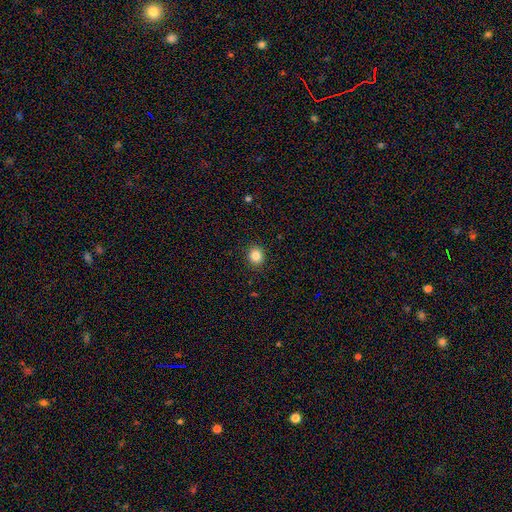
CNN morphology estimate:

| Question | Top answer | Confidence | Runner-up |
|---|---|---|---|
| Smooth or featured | smooth | 85% | star or artifact (10%) |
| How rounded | round | 78% | in between (21%) |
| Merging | none | 91% | minor disturbance (6%) |